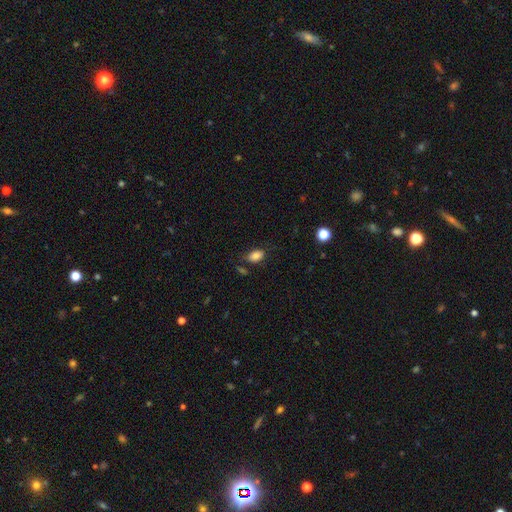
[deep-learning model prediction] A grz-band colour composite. It shows a smooth galaxy with no disk features (84%) that is in between round and cigar-shaped (89%). Merging: none (69%).